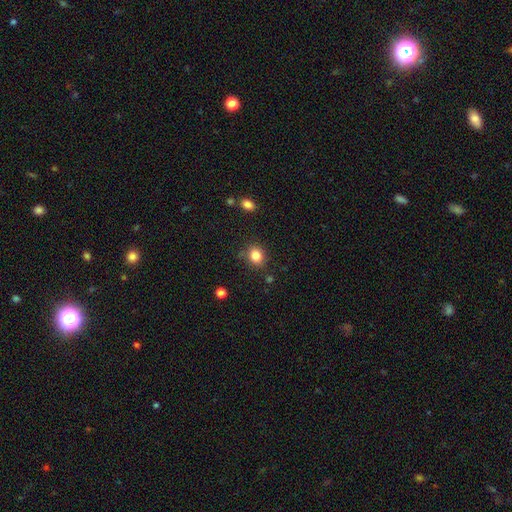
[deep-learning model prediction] The model was most divided on "how rounded": round: 64%, in between: 35%, cigar-shaped: 1%. More confident: smooth or featured — smooth (84%); merging — none (81%).